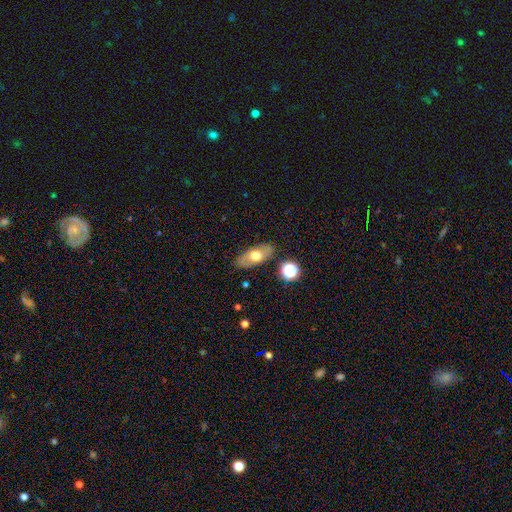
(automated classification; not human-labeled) Q: Smooth or featured?
A: smooth (58%); runner-up: featured or disk (34%)
Q: How rounded?
A: in between (84%); runner-up: cigar-shaped (10%)
Q: Merging?
A: none (84%); runner-up: minor disturbance (11%)